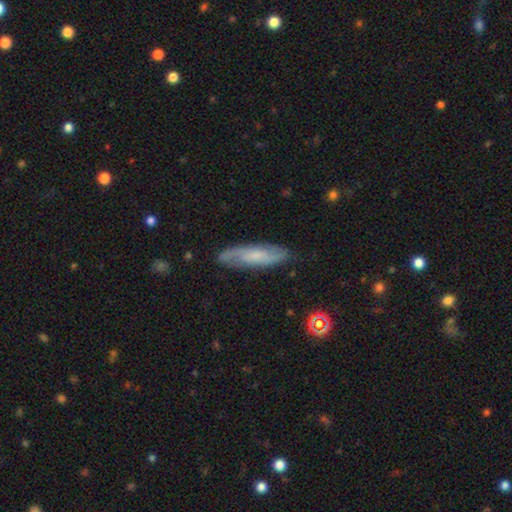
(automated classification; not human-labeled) Smooth or featured?
  - featured or disk: 62% *
  - smooth: 31%
  - star or artifact: 7%
Edge-on disk?
  - no: 76% *
  - yes: 24%
Merging?
  - none: 80% *
  - minor disturbance: 15%
  - major disturbance: 3%
  - merger: 1%